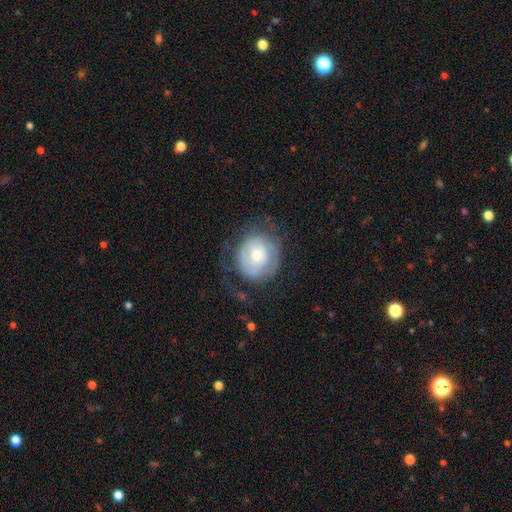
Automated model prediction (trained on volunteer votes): featured or disk 64%, smooth 29%, star or artifact 7%. Down the decision tree: edge-on disk — no (97%); bar — no (66%); spiral arms — yes (76%); bulge size — moderate (52%); merging — none (62%).